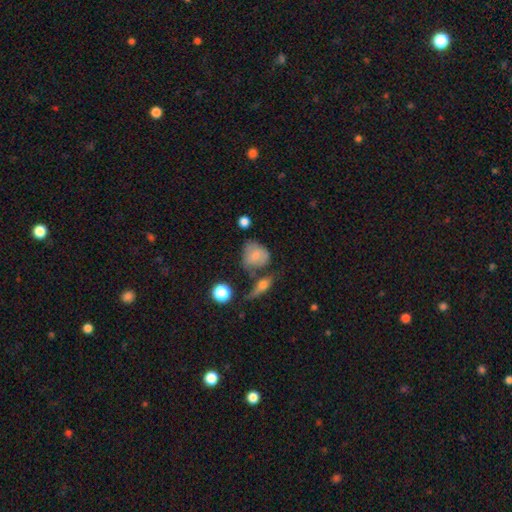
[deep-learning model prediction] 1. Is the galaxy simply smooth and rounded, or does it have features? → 71% smooth, 20% featured or disk, 9% star or artifact.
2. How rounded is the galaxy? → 60% round, 38% in between, 2% cigar-shaped.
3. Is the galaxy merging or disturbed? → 46% none, 25% minor disturbance, 17% merger, 12% major disturbance.